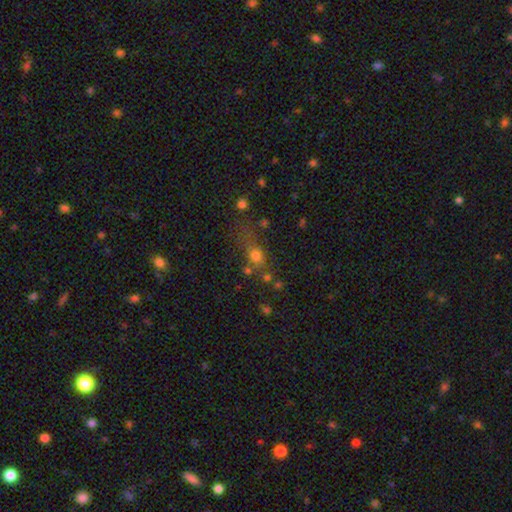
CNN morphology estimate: A smooth galaxy with no disk features (70%) that is round (52%).

Vote fractions:
- Smooth or featured? smooth: 70% / star or artifact: 19% / featured or disk: 12%
- How rounded? round: 52% / in between: 39% / cigar-shaped: 9%
- Merging? none: 49% / minor disturbance: 19% / major disturbance: 16% / merger: 16%